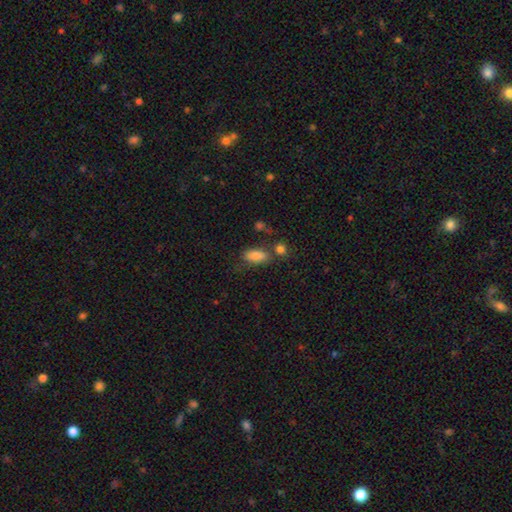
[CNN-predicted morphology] A smooth galaxy with no disk features (82%) that is in between round and cigar-shaped (84%). Merging: none (59%).